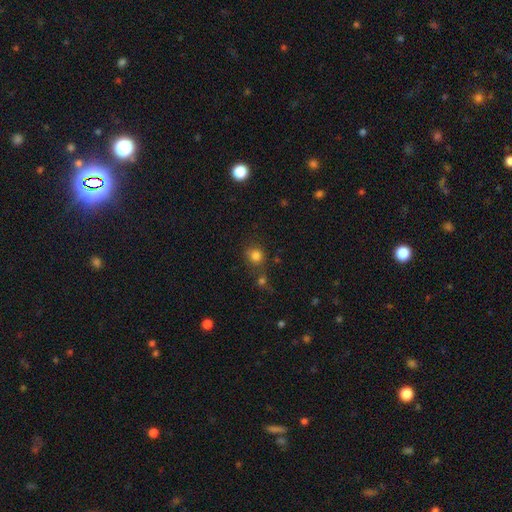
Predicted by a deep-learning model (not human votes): smooth 80%, star or artifact 14%, featured or disk 6%. Down the decision tree: how rounded — round (85%); merging — none (65%).